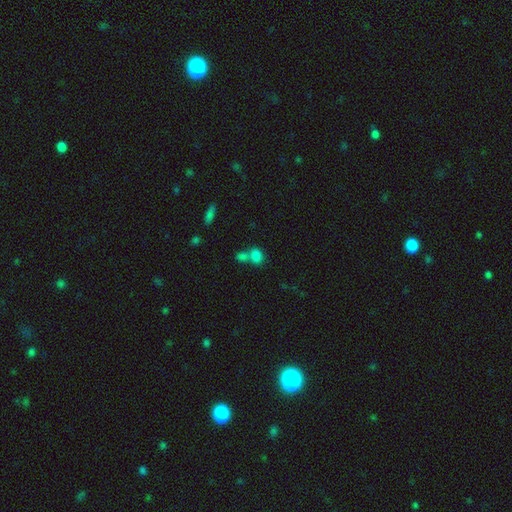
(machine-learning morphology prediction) This is clearly a smooth galaxy (81%). How rounded: likely in between (65%). Merging: possibly merger (49%).